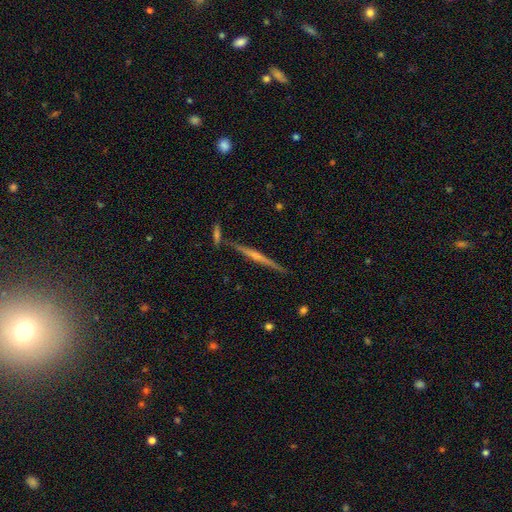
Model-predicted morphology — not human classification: A featured or disk galaxy (76%) viewed edge-on (98%) with a rounded central bulge (67%). Merging: none (86%).